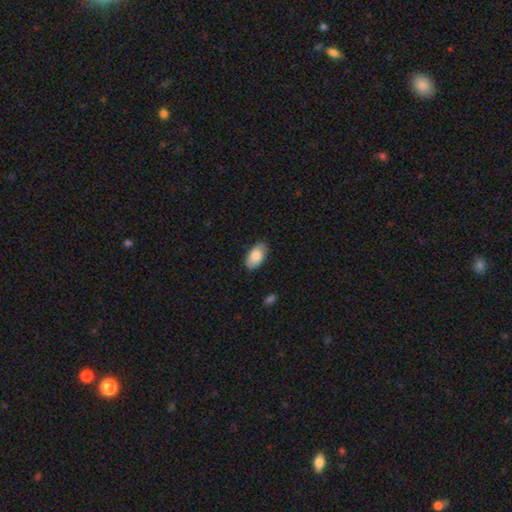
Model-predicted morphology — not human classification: A smooth galaxy with no disk features (84%) that is in between round and cigar-shaped (95%). Merging: none (85%).